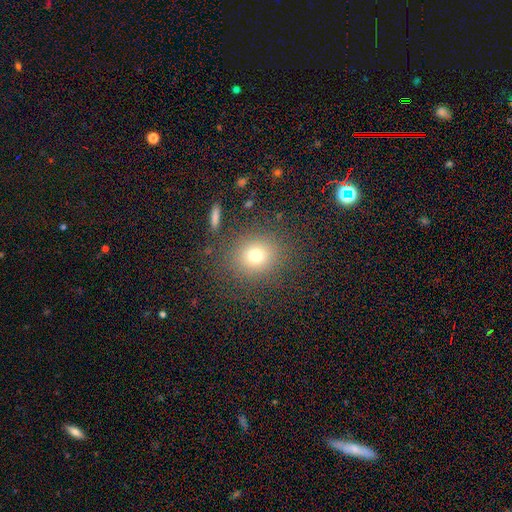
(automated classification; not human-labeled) This is likely a smooth galaxy (75%). How rounded: likely round (80%). Merging: clearly none (84%).